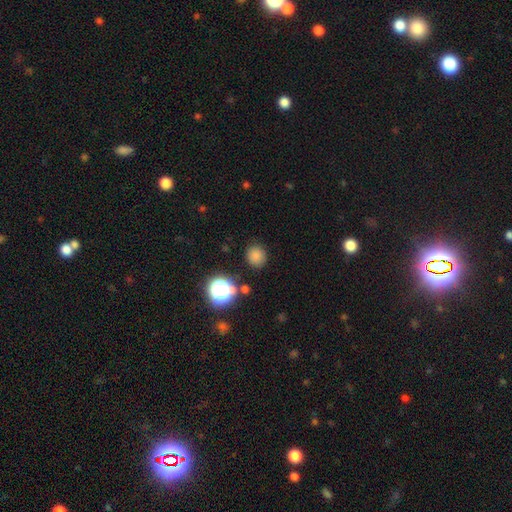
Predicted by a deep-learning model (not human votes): Smooth or featured?
  - smooth: 79% *
  - star or artifact: 16%
  - featured or disk: 5%
How rounded?
  - round: 87% *
  - in between: 12%
  - cigar-shaped: 1%
Merging?
  - none: 85% *
  - minor disturbance: 9%
  - major disturbance: 3%
  - merger: 3%